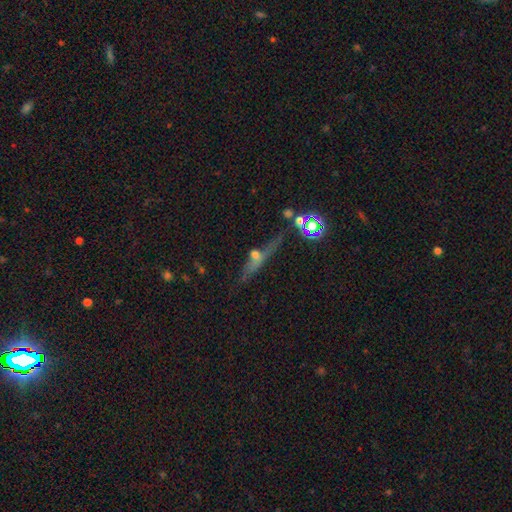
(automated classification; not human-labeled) Overall: featured or disk (41%; smooth 36%). Merging: none (48%; minor disturbance 19%).